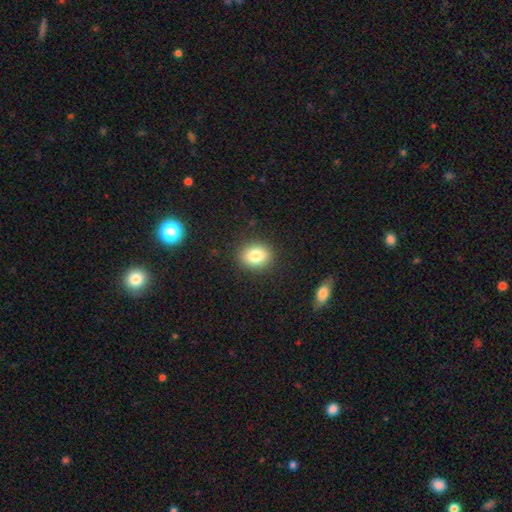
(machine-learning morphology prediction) A smooth galaxy with no disk features (83%) that is round (55%). Merging: none (89%).